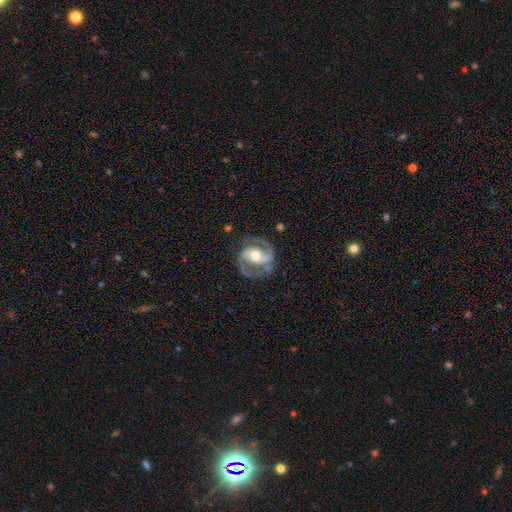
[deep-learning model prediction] A featured or disk galaxy (92%) with a weak bar (38%), 2 (94%) medium (63%) spiral arms (98%) and a moderate central bulge (67%). Merging: none (81%).